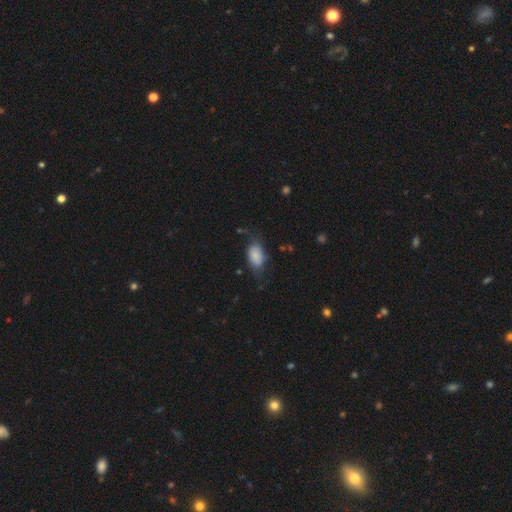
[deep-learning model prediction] Overall: smooth (78%). How rounded: in between (90%). Merging: none (51%; minor disturbance 29%).